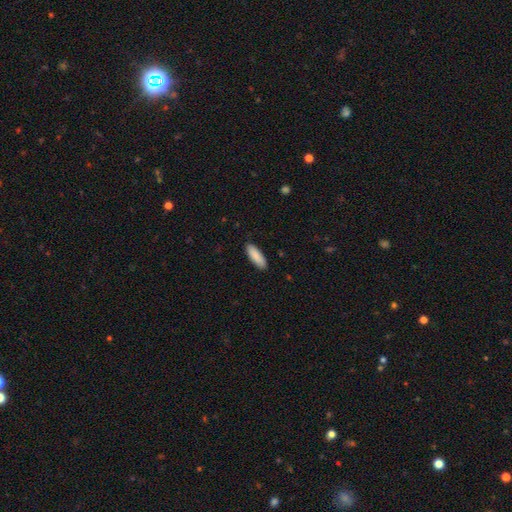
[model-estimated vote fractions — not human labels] smooth_or_featured: smooth (p=0.89) [alt: featured or disk p=0.06]
how_rounded: in between (p=0.60) [alt: cigar-shaped p=0.38]
merging: none (p=0.90) [alt: minor disturbance p=0.08]